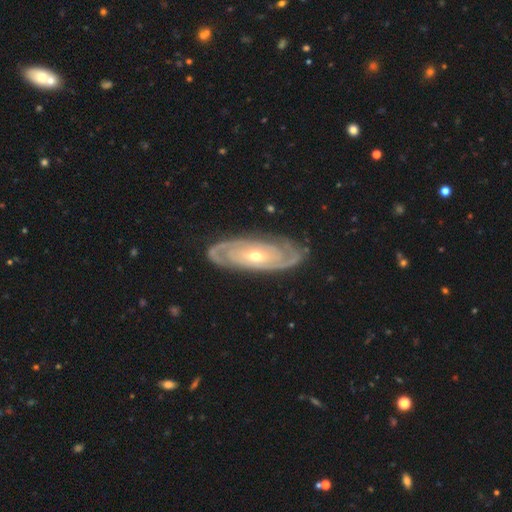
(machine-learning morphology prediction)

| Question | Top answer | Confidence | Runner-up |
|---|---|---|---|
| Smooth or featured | featured or disk | 89% | smooth (7%) |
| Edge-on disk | no | 92% | yes (8%) |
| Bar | no | 67% | weak (23%) |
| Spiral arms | yes | 95% | no (5%) |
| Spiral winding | tight | 75% | medium (21%) |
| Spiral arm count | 2 | 69% | can't tell (16%) |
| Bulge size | moderate | 53% | small (43%) |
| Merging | none | 83% | minor disturbance (13%) |